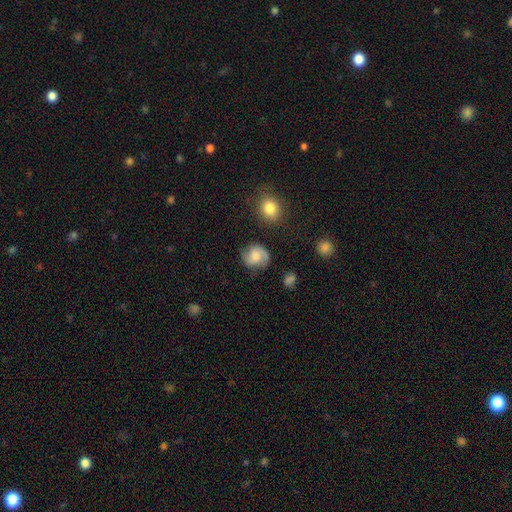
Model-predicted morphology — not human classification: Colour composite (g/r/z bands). It shows a featured or disk galaxy (47%). Merging: none (72%).